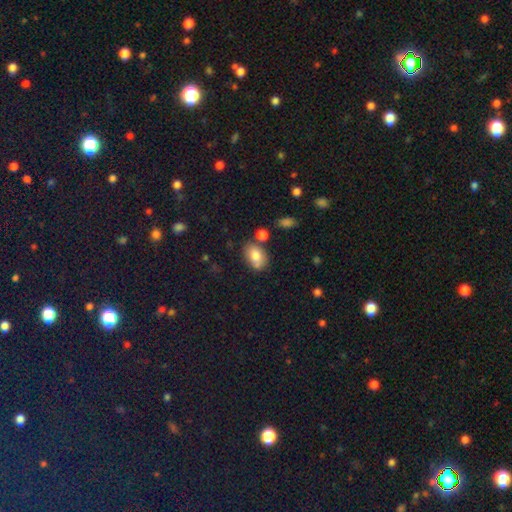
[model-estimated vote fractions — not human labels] Smooth or featured?
  - smooth: 78% *
  - featured or disk: 13%
  - star or artifact: 8%
How rounded?
  - in between: 85% *
  - round: 14%
  - cigar-shaped: 1%
Merging?
  - none: 63% *
  - minor disturbance: 19%
  - merger: 14%
  - major disturbance: 5%